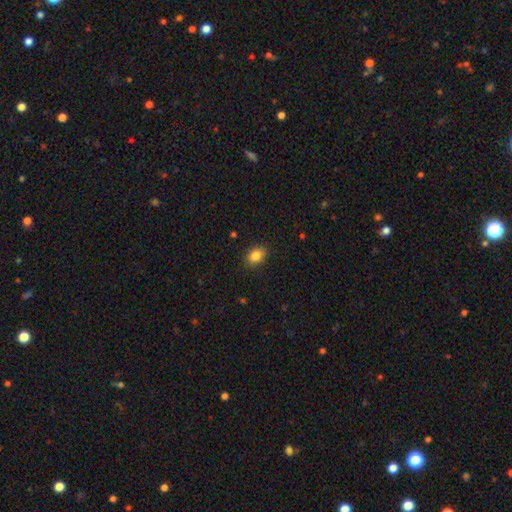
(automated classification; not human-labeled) Smooth or featured? smooth (85%)
How rounded? in between (67%)
Merging? none (88%)